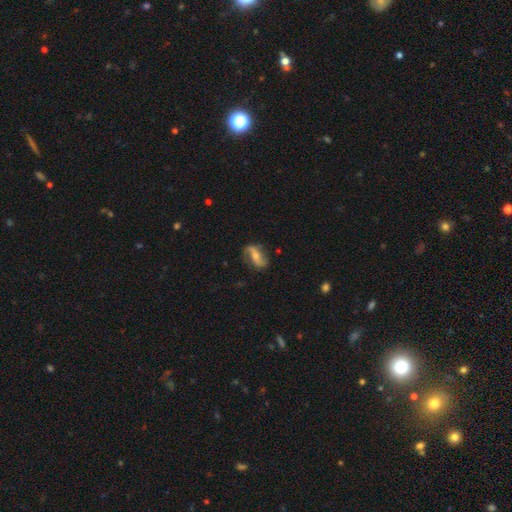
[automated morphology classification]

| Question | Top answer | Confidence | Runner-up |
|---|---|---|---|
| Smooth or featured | featured or disk | 69% | smooth (23%) |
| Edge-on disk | no | 91% | yes (9%) |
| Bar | no | 35% | strong (32%) |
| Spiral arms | yes | 89% | no (11%) |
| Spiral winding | loose | 73% | medium (19%) |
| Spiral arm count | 2 | 88% | can't tell (4%) |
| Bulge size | moderate | 52% | small (38%) |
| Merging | none | 71% | minor disturbance (19%) |